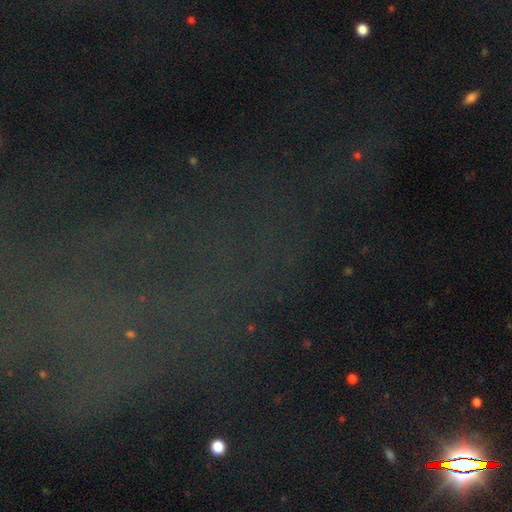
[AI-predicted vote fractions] This is likely a star or artifact rather than a galaxy (69%).